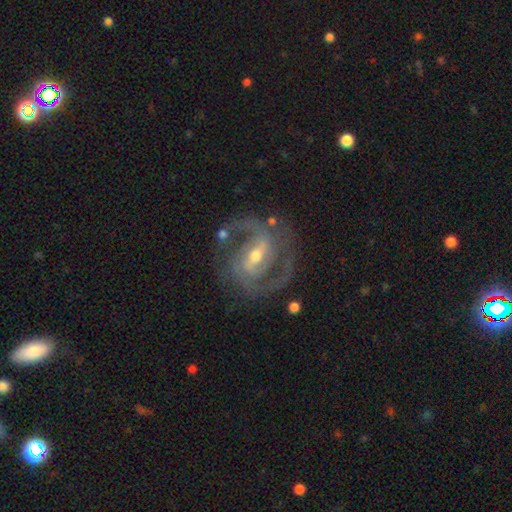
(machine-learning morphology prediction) Smooth or featured? Predicted: featured or disk (p=0.91). Edge-on disk? Predicted: no (p=0.97). Bar? Predicted: strong (p=0.49). Spiral arms? Predicted: yes (p=0.97). Spiral winding? Predicted: medium (p=0.57). Spiral arm count? Predicted: 2 (p=0.84). Bulge size? Predicted: moderate (p=0.55). Merging? Predicted: none (p=0.74).